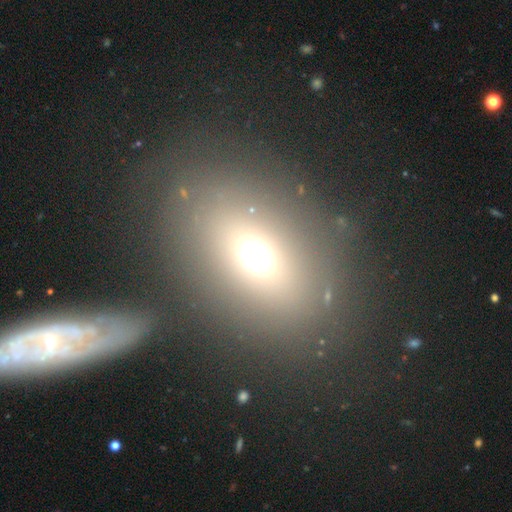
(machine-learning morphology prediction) This appears to be a smooth galaxy with no disk features (63%) that is in between round and cigar-shaped (65%). Merging: none (80%).